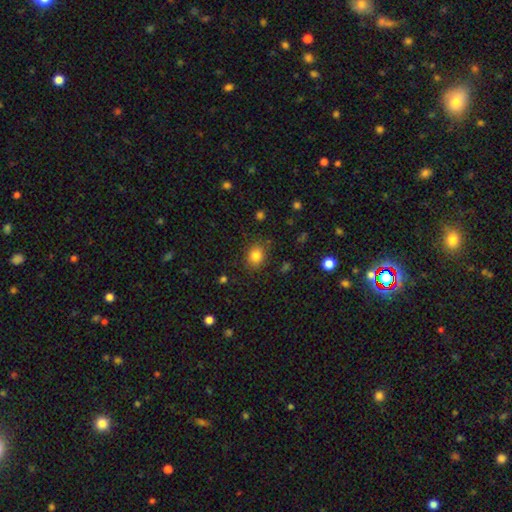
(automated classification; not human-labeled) This is clearly a smooth galaxy (83%). How rounded: possibly round (58%). Merging: clearly none (82%).